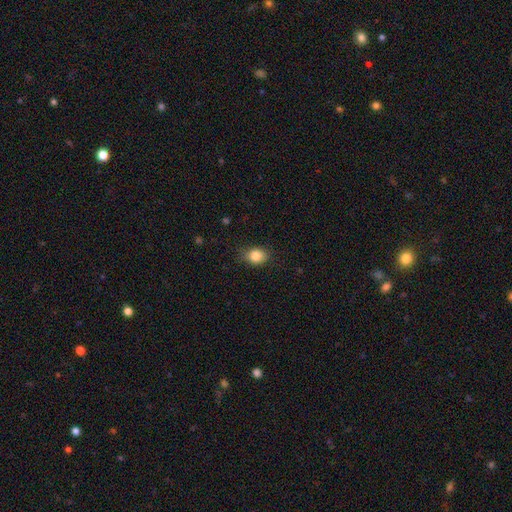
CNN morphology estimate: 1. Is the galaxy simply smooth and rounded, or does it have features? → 84% smooth, 10% star or artifact, 7% featured or disk.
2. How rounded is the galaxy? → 56% in between, 43% round, 1% cigar-shaped.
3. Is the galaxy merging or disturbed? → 79% none, 16% minor disturbance, 3% major disturbance, 1% merger.